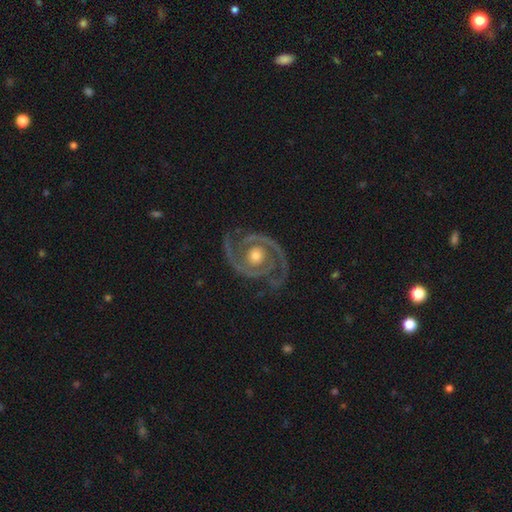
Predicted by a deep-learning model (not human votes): A featured or disk galaxy (93%) with no bar (75%), 2 (89%) tight (57%) spiral arms (98%) and a moderate central bulge (72%). Merging: none (79%).